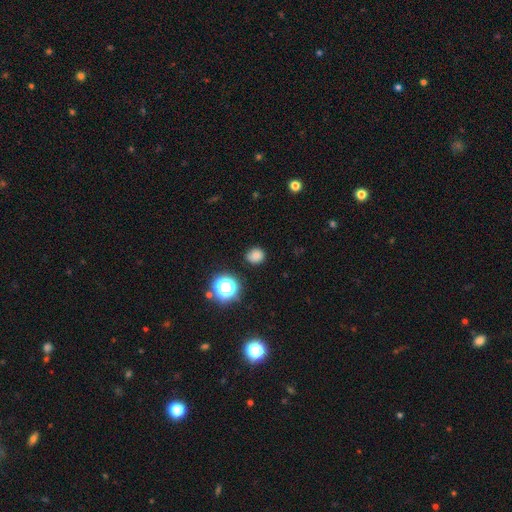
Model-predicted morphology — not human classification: Smooth or featured: smooth — 78% (star or artifact — 17%)
How rounded: round — 76% (in between — 23%)
Merging: none — 83% (minor disturbance — 11%)